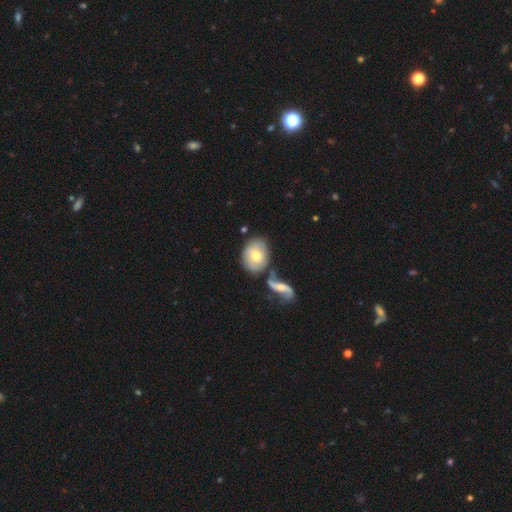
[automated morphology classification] smooth-or-featured: smooth: 58% | featured or disk: 35% | star or artifact: 6%
  how-rounded: in between: 51% | round: 47% | cigar-shaped: 2%
  merging: none: 53% | merger: 25% | minor disturbance: 16% | major disturbance: 6%